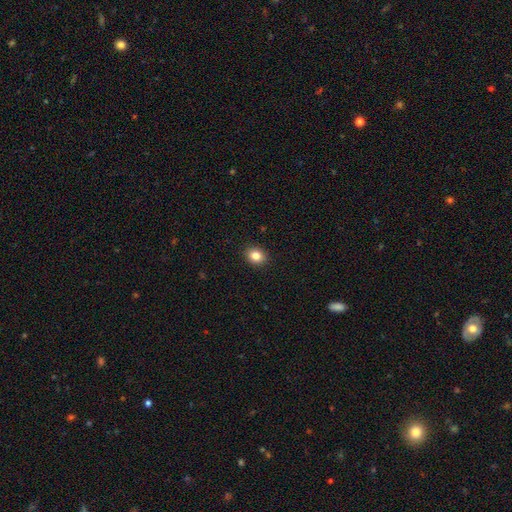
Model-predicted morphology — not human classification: The model was most divided on "how rounded": round: 59%, in between: 40%, cigar-shaped: 1%. More confident: merging — none (91%); smooth or featured — smooth (83%).